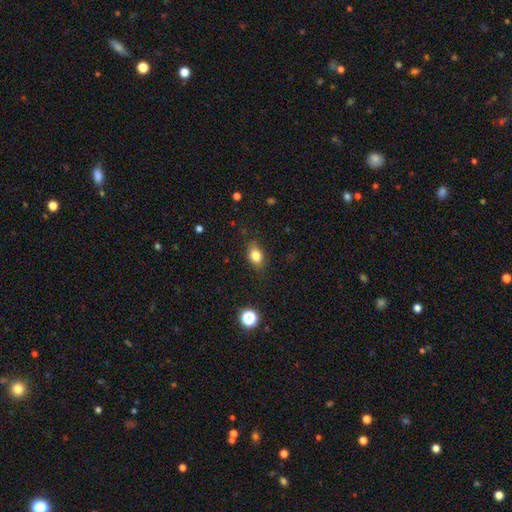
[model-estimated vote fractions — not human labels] smooth 81%, star or artifact 10%, featured or disk 9%. Down the decision tree: how rounded — in between (79%); merging — none (84%).